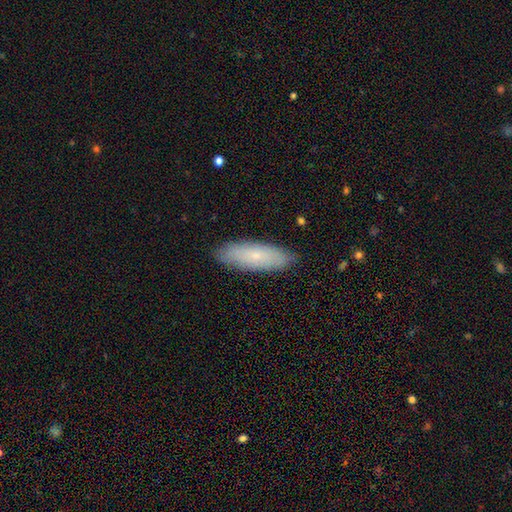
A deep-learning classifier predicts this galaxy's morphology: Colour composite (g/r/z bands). It shows a smooth galaxy with no disk features (65%) that is in between round and cigar-shaped (56%). Merging: none (86%).